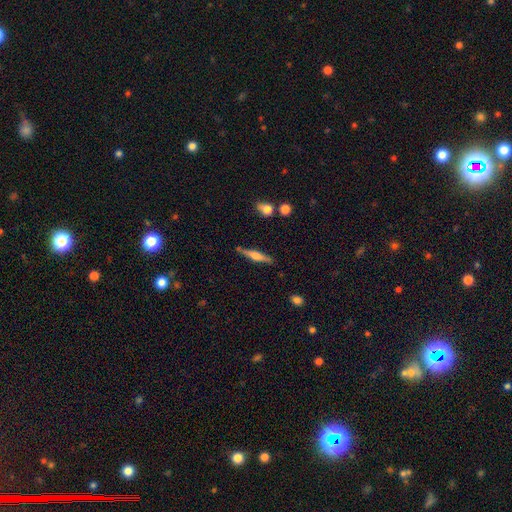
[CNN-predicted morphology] A featured or disk galaxy (54%) viewed edge-on (96%) with a rounded central bulge (74%).

Vote fractions:
- Smooth or featured? featured or disk: 54% / smooth: 39% / star or artifact: 7%
- Edge-on disk? yes: 96% / no: 4%
- Edge-on bulge? rounded: 74% / boxy: 18% / none: 8%
- Merging? none: 84% / minor disturbance: 11% / merger: 3% / major disturbance: 2%